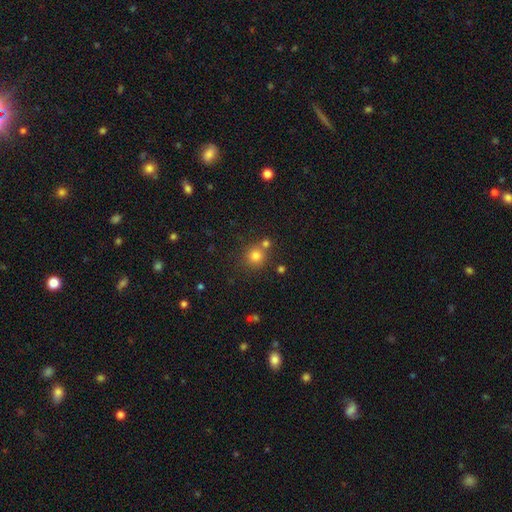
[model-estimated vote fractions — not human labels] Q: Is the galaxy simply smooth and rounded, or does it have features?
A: smooth — 78%.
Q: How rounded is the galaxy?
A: round — 91%.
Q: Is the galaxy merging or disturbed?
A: none — 68%.